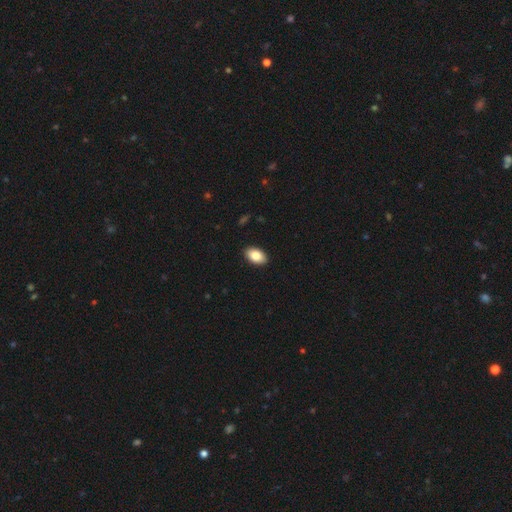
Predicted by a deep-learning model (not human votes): Morphology: type=smooth (85%); roundness=in between (93%); merging=none (90%).